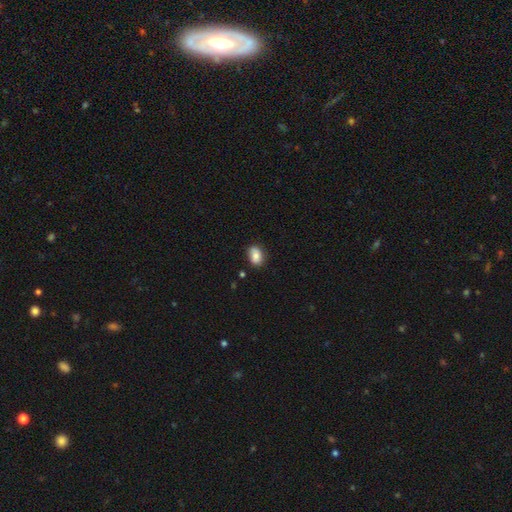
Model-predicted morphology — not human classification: smooth 81%, featured or disk 11%, star or artifact 8%. Down the decision tree: how rounded — in between (83%); merging — none (76%).